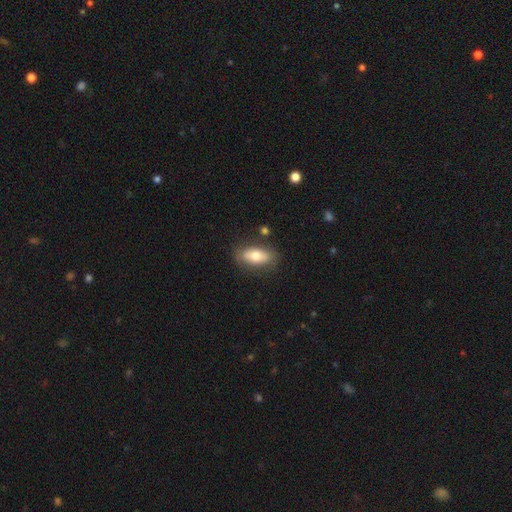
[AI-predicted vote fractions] A smooth galaxy with no disk features (69%) that is in between round and cigar-shaped (87%). Merging: none (78%).